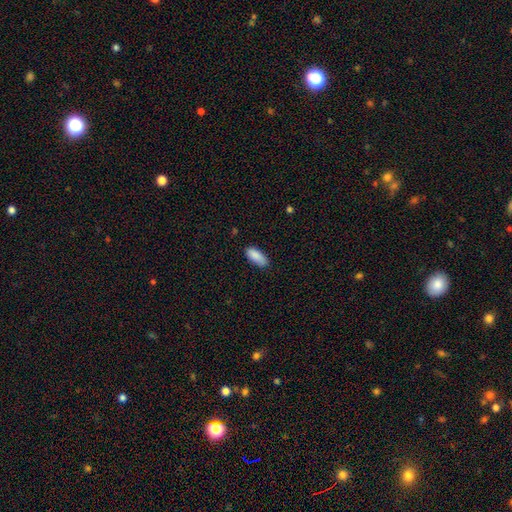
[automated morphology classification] A smooth galaxy with no disk features (89%) that is in between round and cigar-shaped (81%). Merging: none (82%).